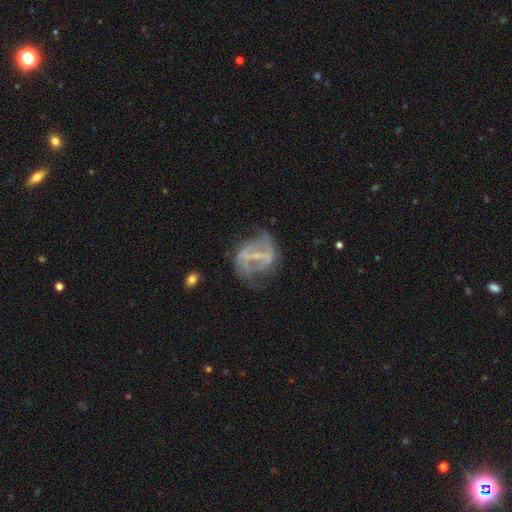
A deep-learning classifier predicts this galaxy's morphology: smooth-or-featured: featured or disk: 76% | smooth: 14% | star or artifact: 9%
  disk-edge-on: no: 93% | yes: 7%
    bar: strong: 63% | weak: 27% | no: 10%
    has-spiral-arms: yes: 63% | no: 37%
    bulge-size: small: 50% | none: 34% | moderate: 14% | large: 2% | dominant: 1%
  merging: none: 55% | minor disturbance: 22% | major disturbance: 20% | merger: 3%